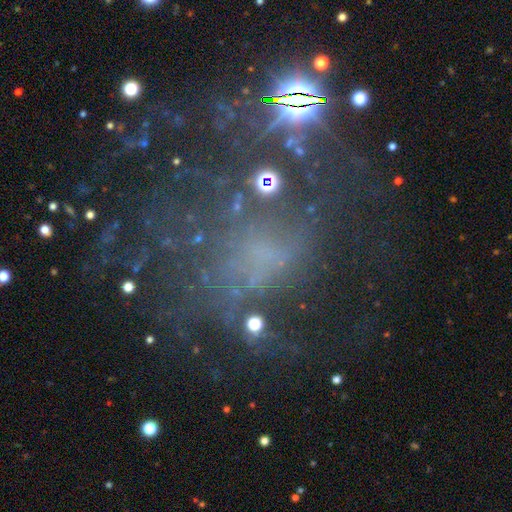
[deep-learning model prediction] A featured or disk galaxy (43%). Merging: none (43%).